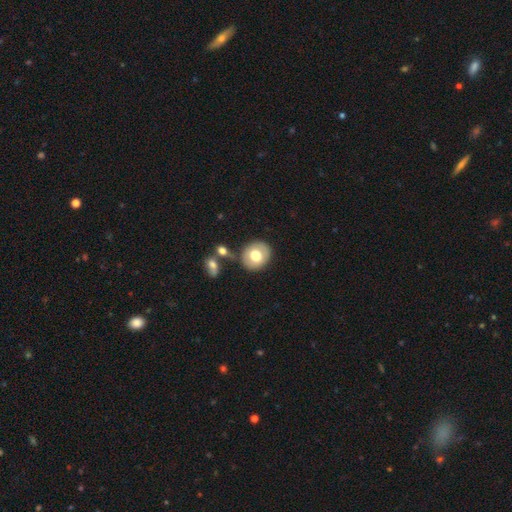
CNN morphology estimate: A smooth galaxy with no disk features (68%) that is round (73%). Merging: none (76%).